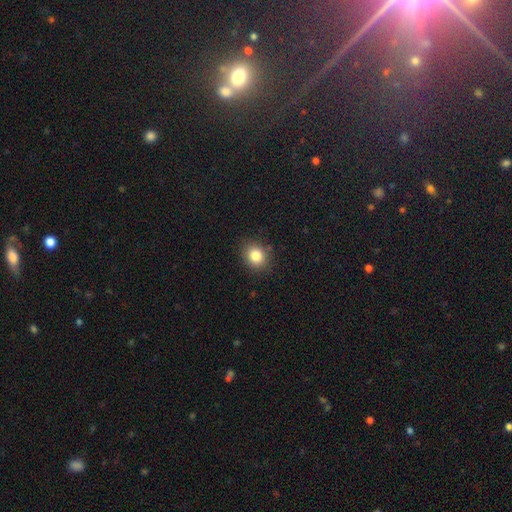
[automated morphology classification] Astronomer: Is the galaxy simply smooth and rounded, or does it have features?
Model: smooth — 83%.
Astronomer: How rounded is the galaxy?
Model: round — 67%.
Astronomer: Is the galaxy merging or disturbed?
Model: none — 86%.